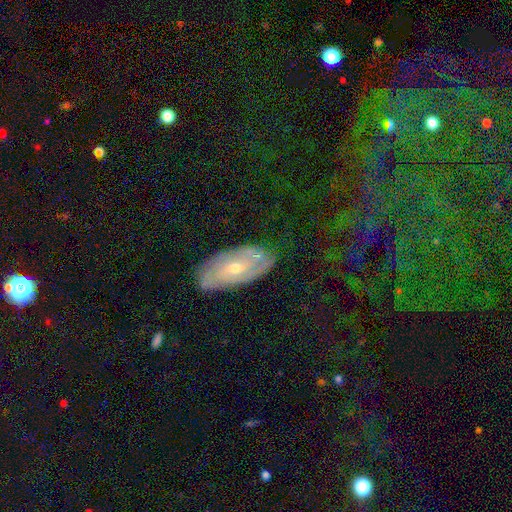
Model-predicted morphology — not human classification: featured or disk 72%, smooth 22%, star or artifact 7%. Down the decision tree: edge-on disk — no (90%); bar — no (60%); spiral arms — yes (83%); spiral arm count — can't tell (48%); spiral winding — tight (65%); bulge size — moderate (49%); merging — none (74%).